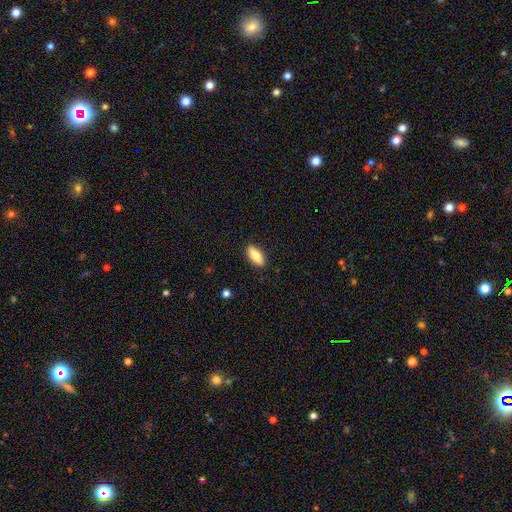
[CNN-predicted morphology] Smooth or featured? smooth (83%)
How rounded? in between (85%)
Merging? none (89%)